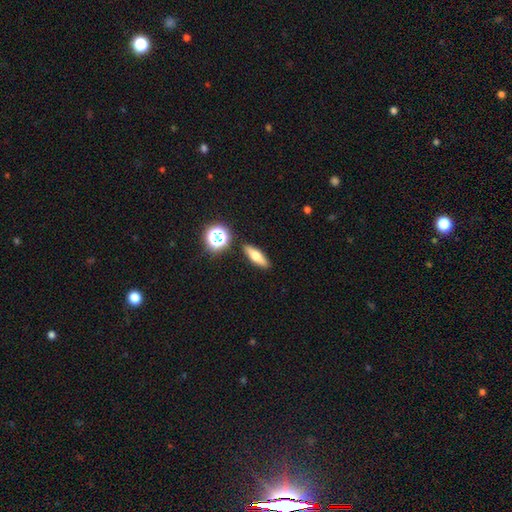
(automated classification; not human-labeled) Overall: smooth (57%; featured or disk 32%). How rounded: cigar-shaped (47%; in between 45%). Merging: none (87%).